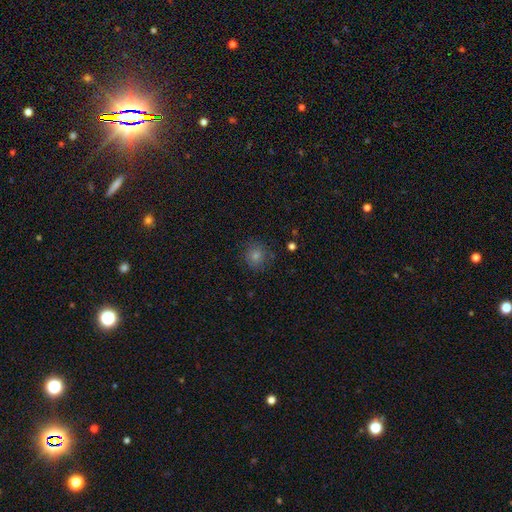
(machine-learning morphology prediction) Smooth or featured? Predicted: smooth (p=0.62). How rounded? Predicted: round (p=0.90). Merging? Predicted: none (p=0.85).